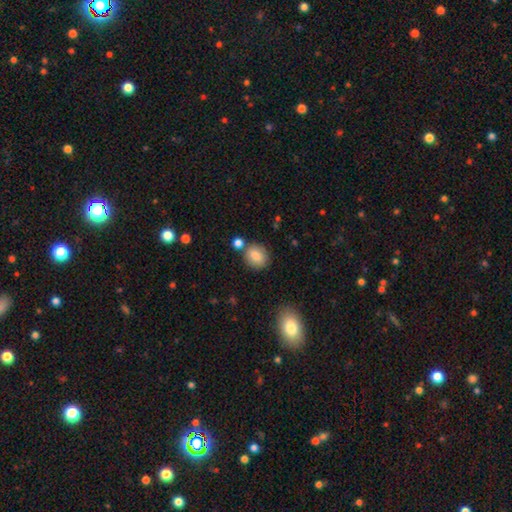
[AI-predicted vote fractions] smooth-or-featured: smooth: 84% | star or artifact: 8% | featured or disk: 8%
  how-rounded: round: 61% | in between: 38% | cigar-shaped: 1%
  merging: none: 73% | minor disturbance: 12% | merger: 12% | major disturbance: 3%